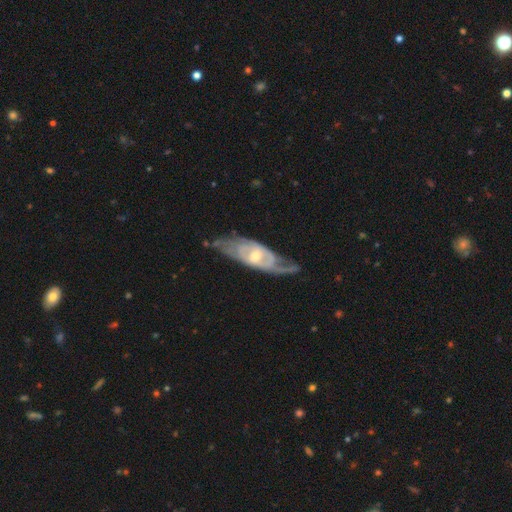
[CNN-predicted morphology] The model was most divided on "bar": no: 47%, weak: 41%, strong: 12%. Remaining: spiral arms — yes (88%); edge-on disk — no (86%); smooth or featured — featured or disk (82%); merging — none (57%); bulge size — moderate (53%); spiral arm count — 2 (49%); spiral winding — tight (46%).